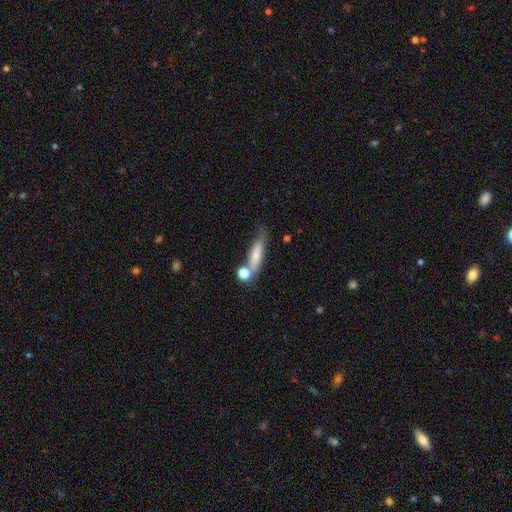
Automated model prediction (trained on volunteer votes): This is likely a smooth galaxy (68%). How rounded: likely cigar-shaped (72%). Merging: possibly none (55%).